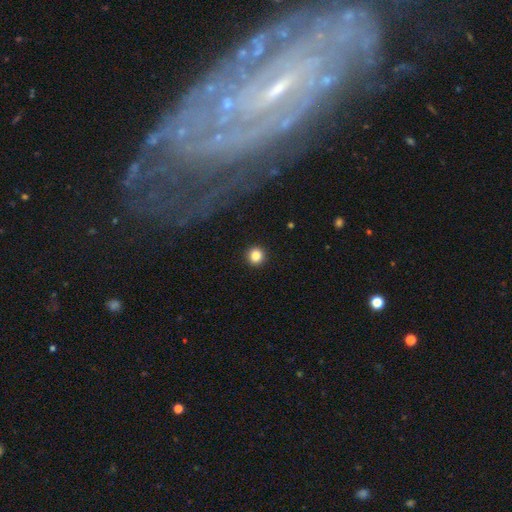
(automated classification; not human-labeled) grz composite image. It shows a smooth galaxy with no disk features (85%) that is round (95%). Merging: none (93%).